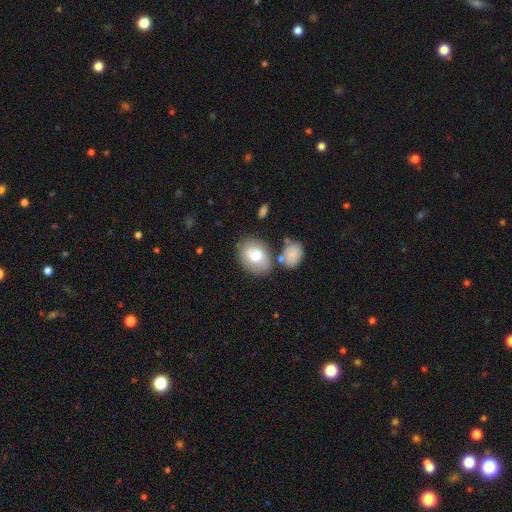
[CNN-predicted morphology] Smooth or featured? smooth (69%)
How rounded? in between (71%)
Merging? none (61%)